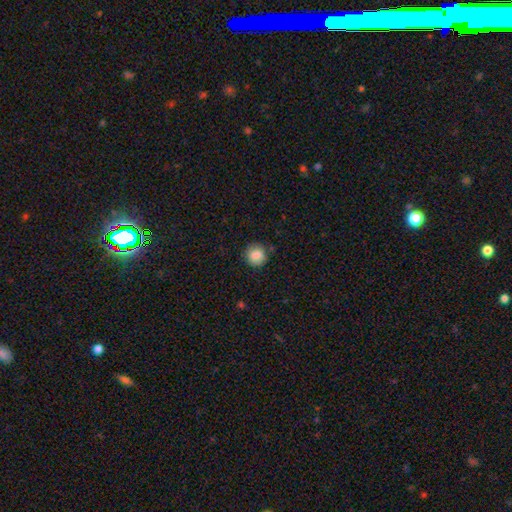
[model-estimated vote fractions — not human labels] The model was most divided on "merging": none: 86%, minor disturbance: 10%, major disturbance: 2%, merger: 2%. More confident: how rounded — round (90%); smooth or featured — smooth (86%).